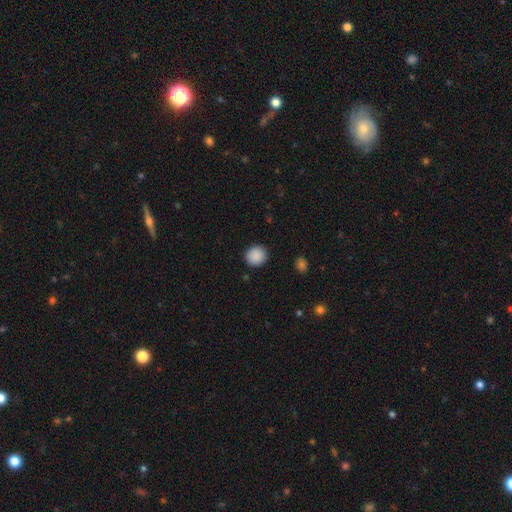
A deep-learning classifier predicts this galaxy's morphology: smooth-or-featured: smooth: 89% | star or artifact: 8% | featured or disk: 3%
  how-rounded: round: 86% | in between: 13% | cigar-shaped: 1%
  merging: none: 90% | minor disturbance: 6% | major disturbance: 2% | merger: 1%